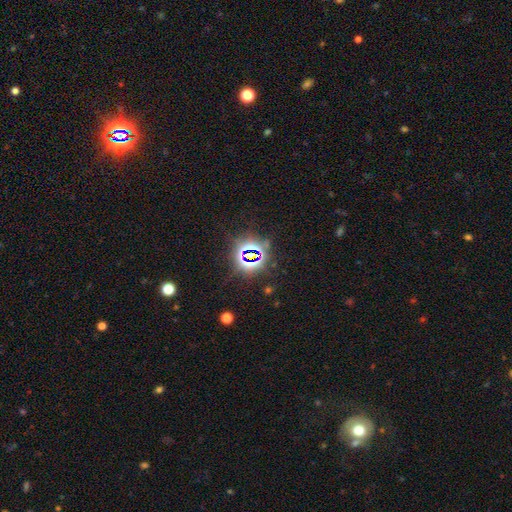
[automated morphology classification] star or artifact 80%, smooth 12%, featured or disk 8%.